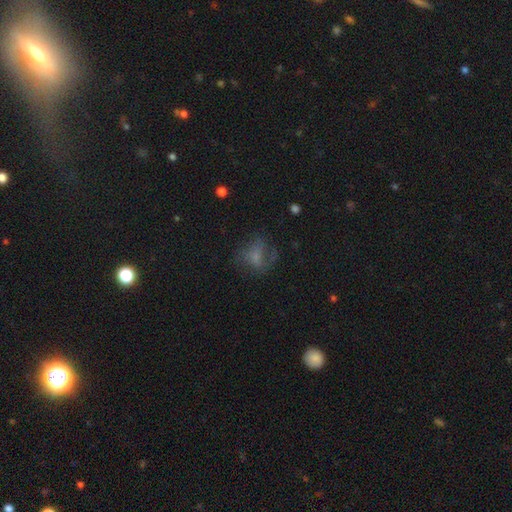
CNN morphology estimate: This is possibly a smooth galaxy (52%). How rounded: possibly round (55%). Merging: possibly none (47%).